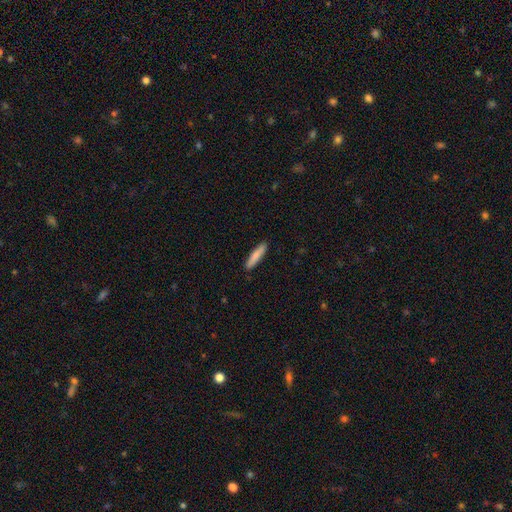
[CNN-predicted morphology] A smooth galaxy with no disk features (84%) that is cigar-shaped (87%). Merging: none (91%).